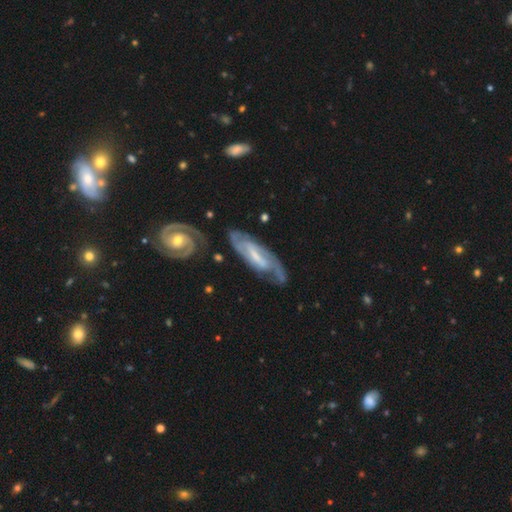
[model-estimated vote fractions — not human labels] featured or disk 85%, smooth 10%, star or artifact 5%. Down the decision tree: edge-on disk — no (88%); bar — strong (47%); spiral arms — yes (96%); spiral arm count — 2 (80%); spiral winding — tight (49%); bulge size — small (49%); merging — none (68%).